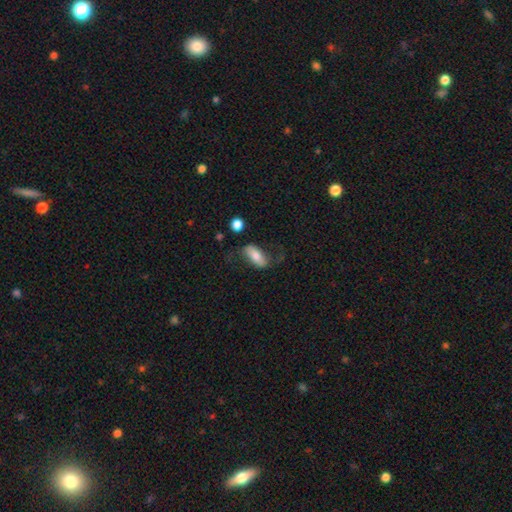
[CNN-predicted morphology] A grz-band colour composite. It shows a smooth galaxy with no disk features (59%) that is in between round and cigar-shaped (82%). Merging: none (56%).